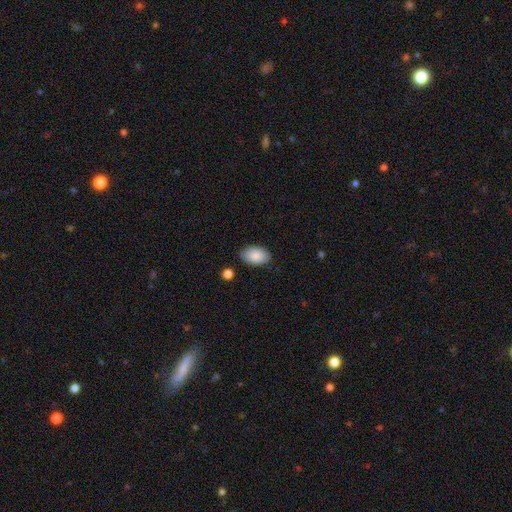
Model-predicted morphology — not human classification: A smooth galaxy with no disk features (88%) that is in between round and cigar-shaped (93%).

Vote fractions:
- Smooth or featured? smooth: 88% / star or artifact: 6% / featured or disk: 6%
- How rounded? in between: 93% / round: 6% / cigar-shaped: 1%
- Merging? none: 86% / minor disturbance: 10% / major disturbance: 2% / merger: 2%